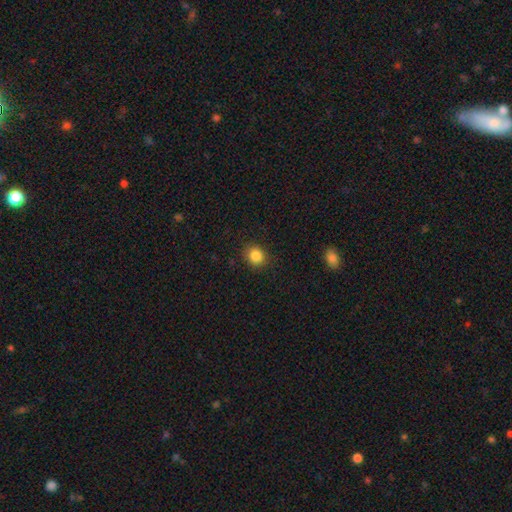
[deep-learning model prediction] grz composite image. It shows a smooth galaxy with no disk features (85%) that is round (79%). Merging: none (89%).